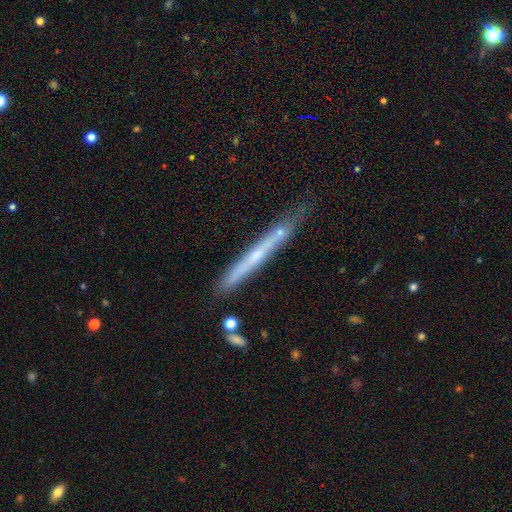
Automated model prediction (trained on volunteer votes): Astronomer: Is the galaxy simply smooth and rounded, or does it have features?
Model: featured or disk — 58% (runner-up: smooth, 34%).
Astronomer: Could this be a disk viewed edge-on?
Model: yes — 94%.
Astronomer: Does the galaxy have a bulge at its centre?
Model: none — 68%.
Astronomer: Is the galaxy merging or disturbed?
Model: none — 71%.